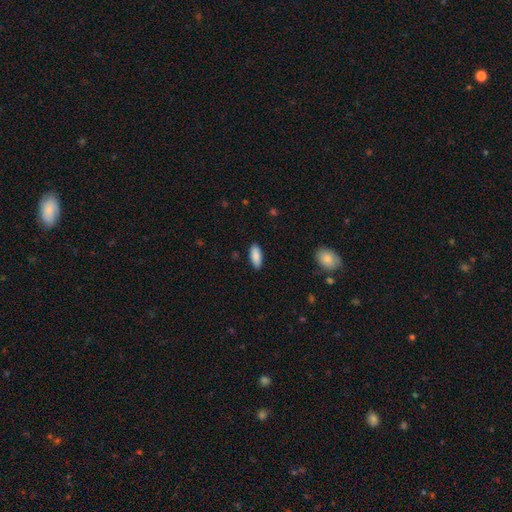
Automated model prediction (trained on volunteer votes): Morphology: type=smooth (88%); roundness=in between (77%); merging=none (88%).